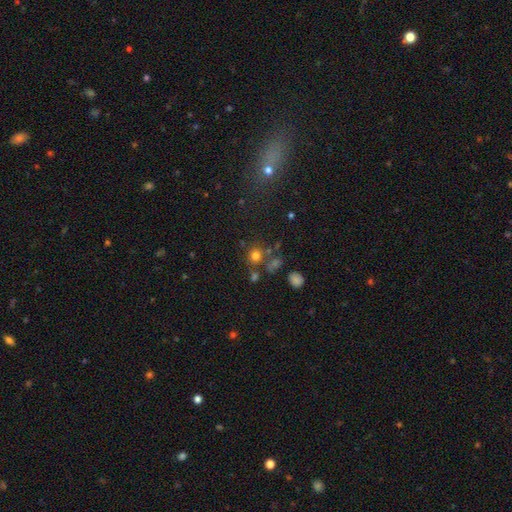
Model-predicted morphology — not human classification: Q: Smooth or featured?
A: smooth (73%); runner-up: star or artifact (18%)
Q: How rounded?
A: round (85%); runner-up: in between (14%)
Q: Merging?
A: none (69%); runner-up: merger (14%)